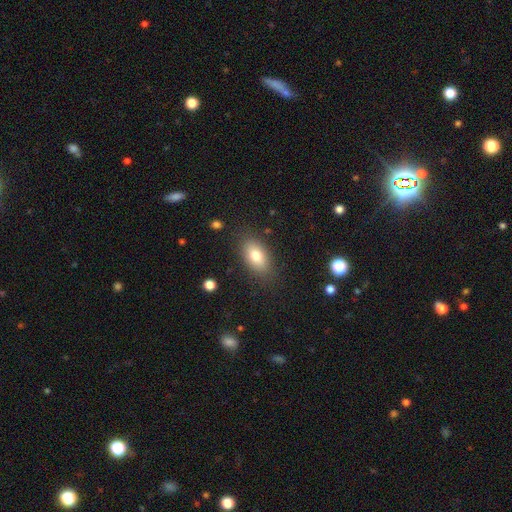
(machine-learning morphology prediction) smooth_or_featured: smooth (p=0.77) [alt: featured or disk p=0.14]
how_rounded: in between (p=0.89) [alt: round p=0.08]
merging: none (p=0.83) [alt: minor disturbance p=0.12]